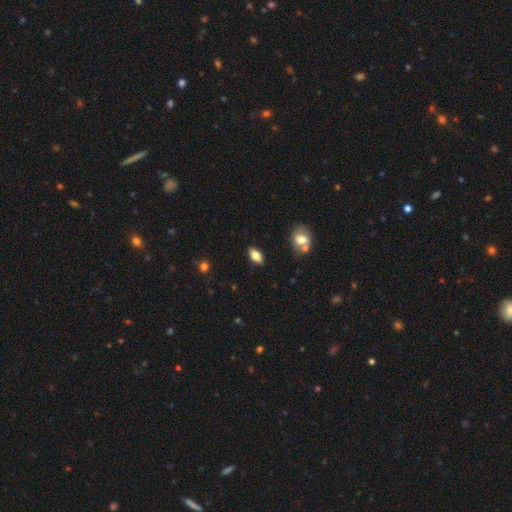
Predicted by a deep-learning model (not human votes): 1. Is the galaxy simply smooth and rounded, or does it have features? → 73% smooth, 19% featured or disk, 8% star or artifact.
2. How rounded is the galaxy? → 86% in between, 9% cigar-shaped, 5% round.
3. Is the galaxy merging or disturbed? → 86% none, 10% minor disturbance, 2% major disturbance, 2% merger.